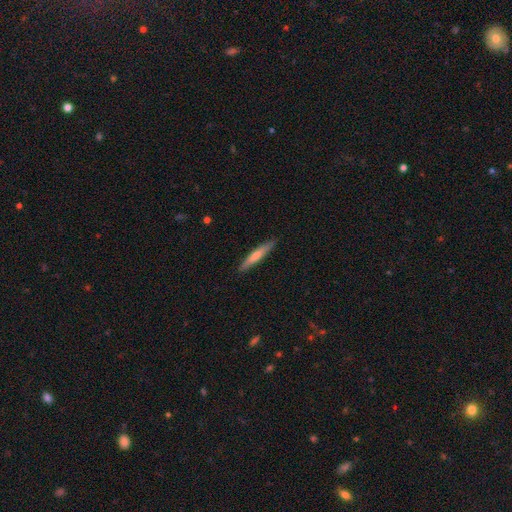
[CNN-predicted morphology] Smooth or featured? smooth (67%)
How rounded? cigar-shaped (93%)
Merging? none (89%)